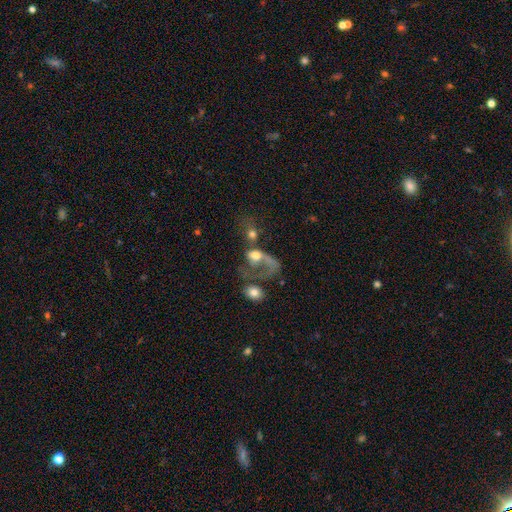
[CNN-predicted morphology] Q: Smooth or featured?
A: smooth (45%); runner-up: featured or disk (44%)
Q: Merging?
A: merger (43%); runner-up: major disturbance (38%)